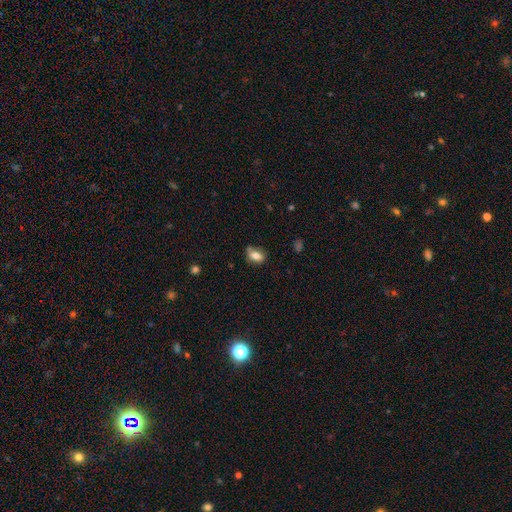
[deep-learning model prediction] Smooth or featured?
  - smooth: 78% *
  - featured or disk: 12%
  - star or artifact: 9%
How rounded?
  - in between: 77% *
  - round: 20%
  - cigar-shaped: 3%
Merging?
  - none: 59% *
  - minor disturbance: 28%
  - major disturbance: 7%
  - merger: 6%